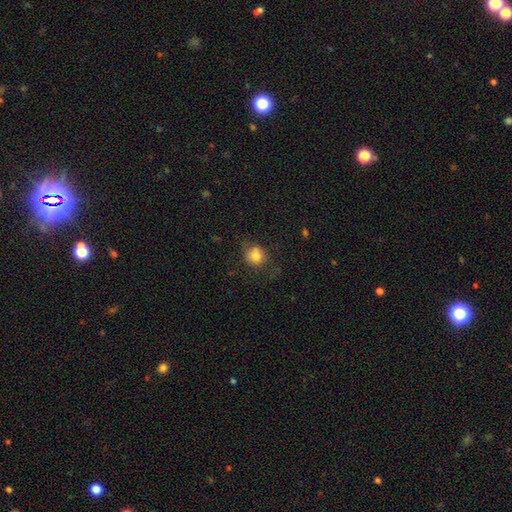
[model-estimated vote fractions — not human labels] A smooth galaxy with no disk features (78%) that is round (80%). Merging: none (64%).